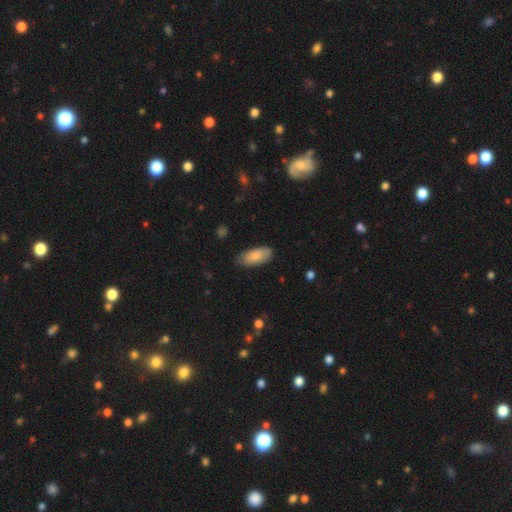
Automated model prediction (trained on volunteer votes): Smooth or featured? Predicted: smooth (p=0.82). How rounded? Predicted: in between (p=0.88). Merging? Predicted: none (p=0.75).